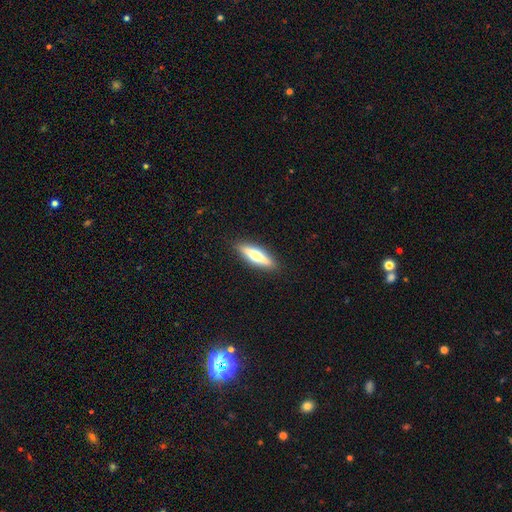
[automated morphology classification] A smooth galaxy with no disk features (48%). Merging: none (90%).